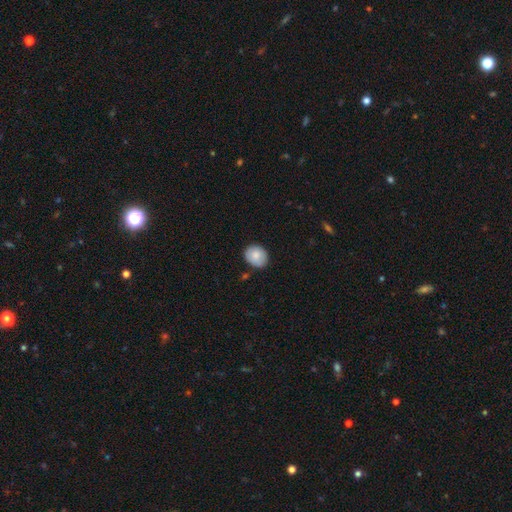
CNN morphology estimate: type=smooth (81%); roundness=round (58%); merging=none (83%).